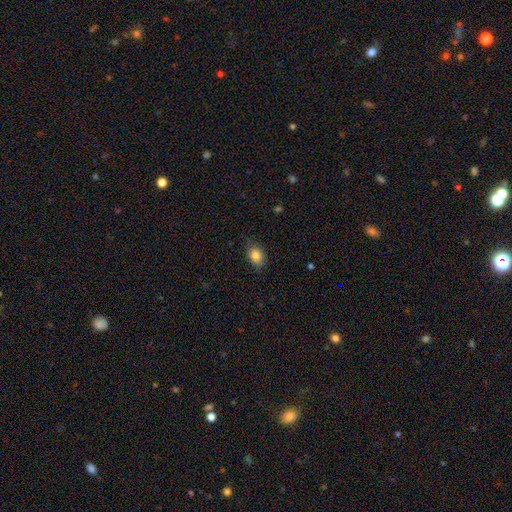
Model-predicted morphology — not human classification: smooth-or-featured: smooth: 84% | star or artifact: 9% | featured or disk: 7%
  how-rounded: in between: 70% | round: 28% | cigar-shaped: 1%
  merging: none: 77% | minor disturbance: 19% | major disturbance: 3% | merger: 1%